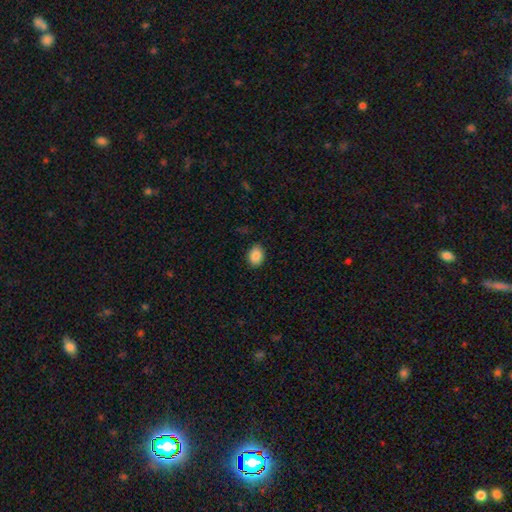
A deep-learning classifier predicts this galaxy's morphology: A smooth galaxy with no disk features (88%) that is in between round and cigar-shaped (66%). Merging: none (87%).